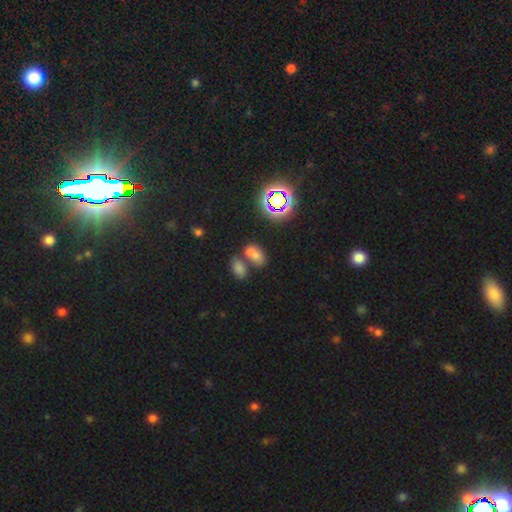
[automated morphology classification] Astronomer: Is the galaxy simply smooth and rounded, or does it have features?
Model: smooth — 60%.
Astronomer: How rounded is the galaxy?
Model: in between — 81%.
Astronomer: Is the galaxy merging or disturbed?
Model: merger — 56% (runner-up: none, 31%).